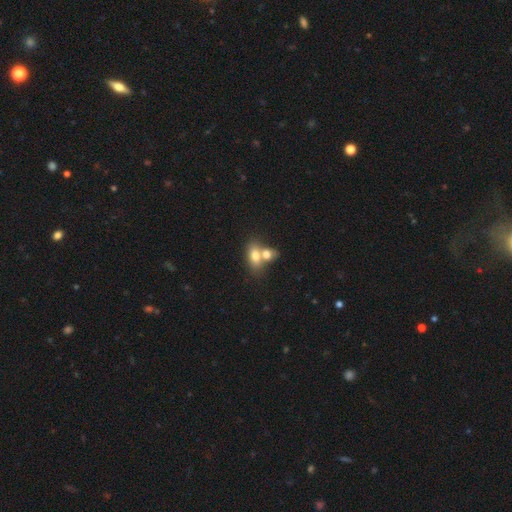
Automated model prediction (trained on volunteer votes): smooth-or-featured: smooth: 73% | featured or disk: 19% | star or artifact: 9%
  how-rounded: in between: 81% | round: 15% | cigar-shaped: 4%
  merging: merger: 63% | none: 26% | minor disturbance: 8% | major disturbance: 4%